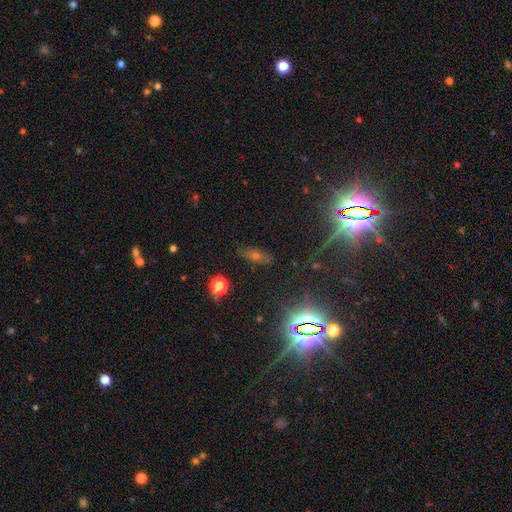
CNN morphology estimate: smooth-or-featured: star or artifact: 44% | smooth: 34% | featured or disk: 22%